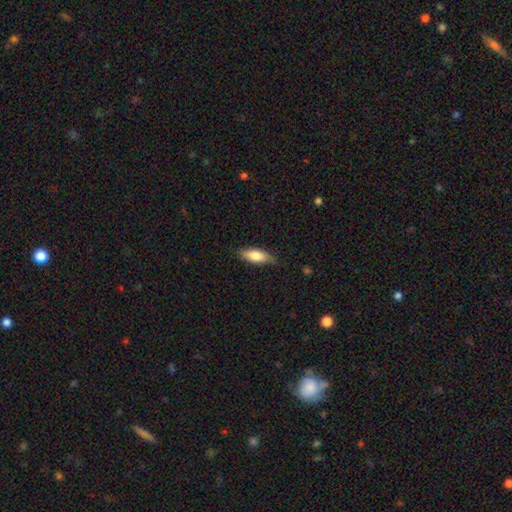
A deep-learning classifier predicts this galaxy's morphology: Overall: smooth (77%). How rounded: in between (71%). Merging: none (79%).